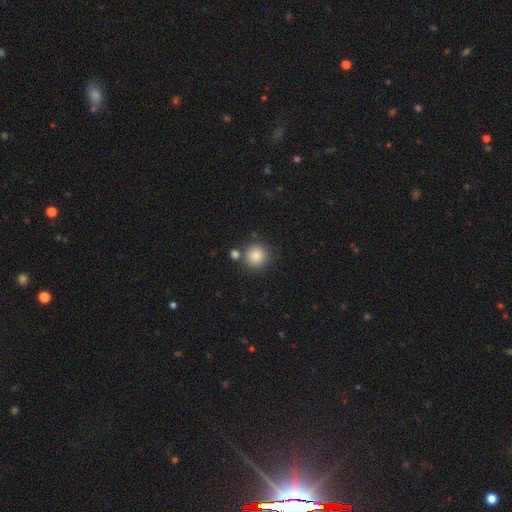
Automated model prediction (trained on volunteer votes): smooth_or_featured: smooth (p=0.86) [alt: star or artifact p=0.09]
how_rounded: round (p=0.93) [alt: in between p=0.06]
merging: none (p=0.78) [alt: merger p=0.11]